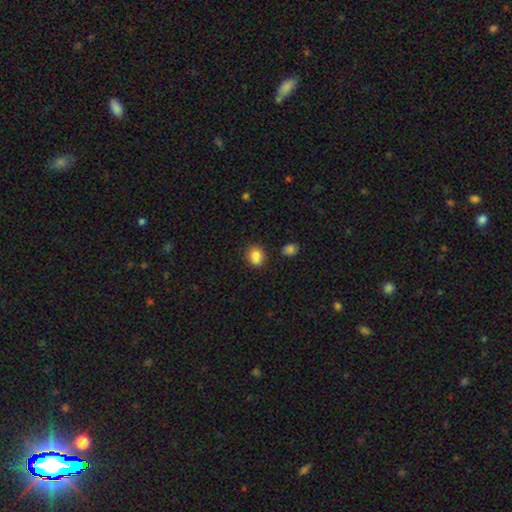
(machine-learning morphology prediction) Smooth or featured? Predicted: smooth (p=0.80). How rounded? Predicted: round (p=0.57). Merging? Predicted: none (p=0.59).